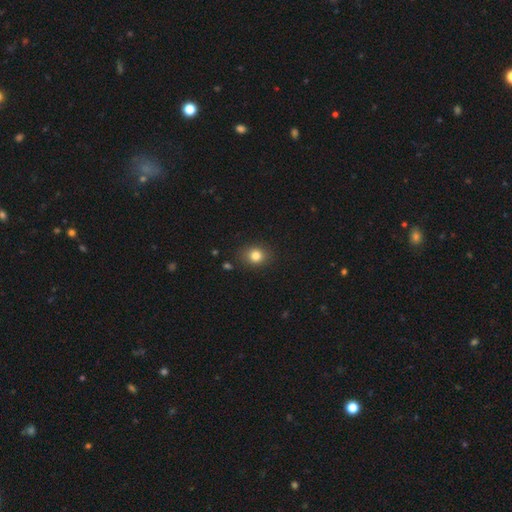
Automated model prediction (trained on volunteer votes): Overall: smooth (81%). How rounded: round (71%). Merging: none (87%).